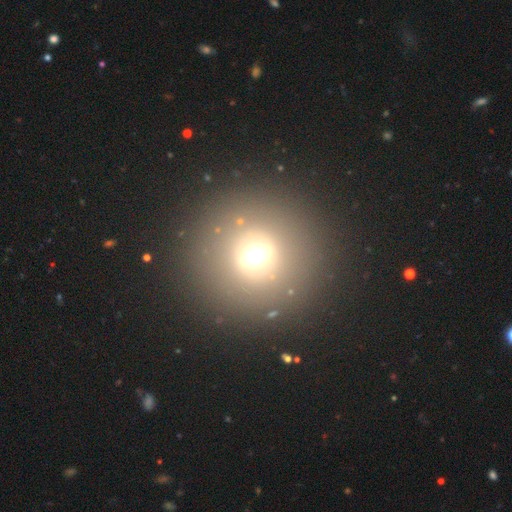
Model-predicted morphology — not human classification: Smooth or featured?
  - smooth: 49% *
  - featured or disk: 31%
  - star or artifact: 20%
Merging?
  - none: 84% *
  - minor disturbance: 8%
  - major disturbance: 5%
  - merger: 3%